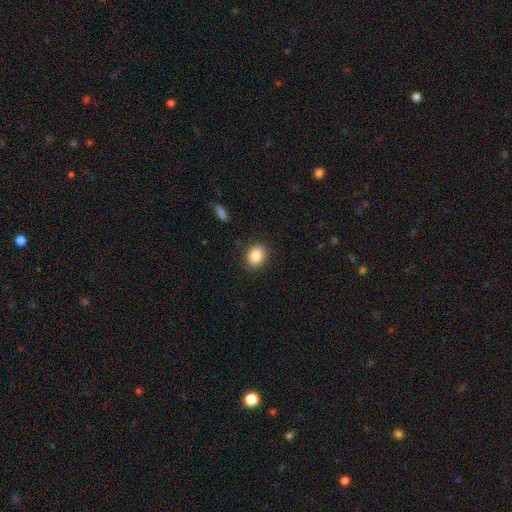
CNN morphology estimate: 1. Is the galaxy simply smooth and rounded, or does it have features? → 87% smooth, 8% star or artifact, 5% featured or disk.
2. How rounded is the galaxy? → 51% in between, 48% round, 1% cigar-shaped.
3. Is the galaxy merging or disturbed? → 88% none, 9% minor disturbance, 2% major disturbance, 1% merger.